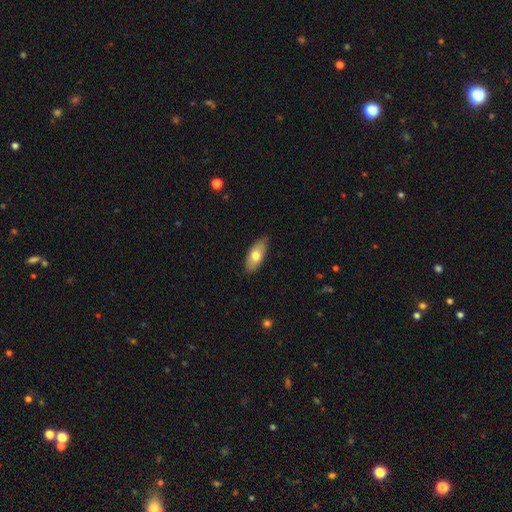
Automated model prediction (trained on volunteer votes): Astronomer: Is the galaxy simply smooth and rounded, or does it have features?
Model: smooth — 71%.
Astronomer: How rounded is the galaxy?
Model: in between — 86%.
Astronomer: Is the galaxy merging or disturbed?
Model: none — 81%.